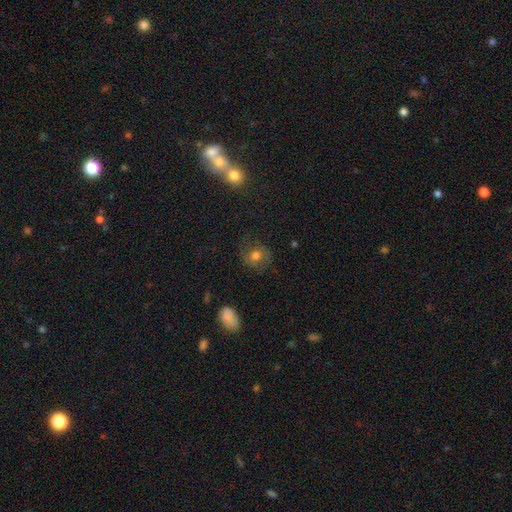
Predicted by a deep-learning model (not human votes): Q: Smooth or featured?
A: smooth (56%); runner-up: featured or disk (31%)
Q: How rounded?
A: round (78%); runner-up: in between (21%)
Q: Merging?
A: none (69%); runner-up: minor disturbance (18%)